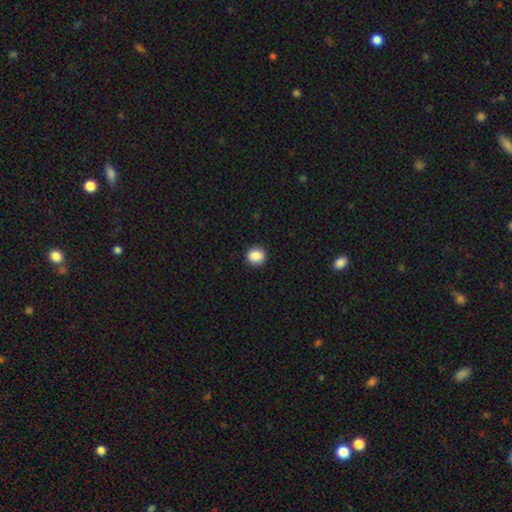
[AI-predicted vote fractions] This is clearly a smooth galaxy (87%). How rounded: clearly round (80%). Merging: clearly none (90%).